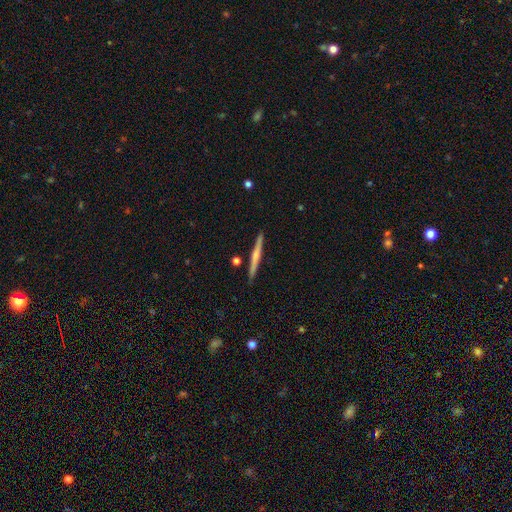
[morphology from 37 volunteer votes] Smooth or featured? 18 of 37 (49%) said smooth. How rounded? 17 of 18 (94%) said cigar-shaped. Merging? 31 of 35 (89%) said none.